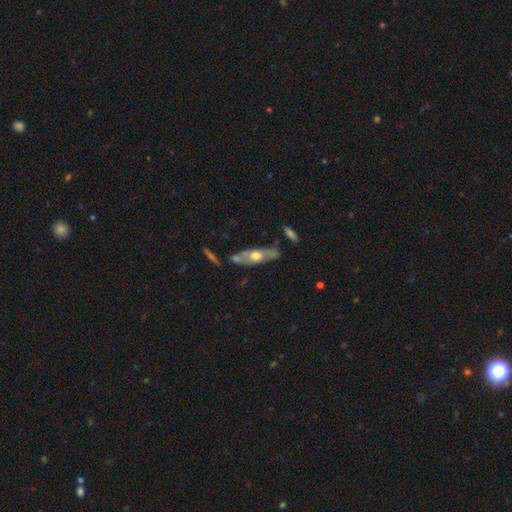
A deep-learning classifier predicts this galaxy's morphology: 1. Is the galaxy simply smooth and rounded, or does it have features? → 61% featured or disk, 33% smooth, 5% star or artifact.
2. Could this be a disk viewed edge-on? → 53% yes, 47% no.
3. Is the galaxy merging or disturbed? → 69% none, 17% minor disturbance, 10% merger, 4% major disturbance.